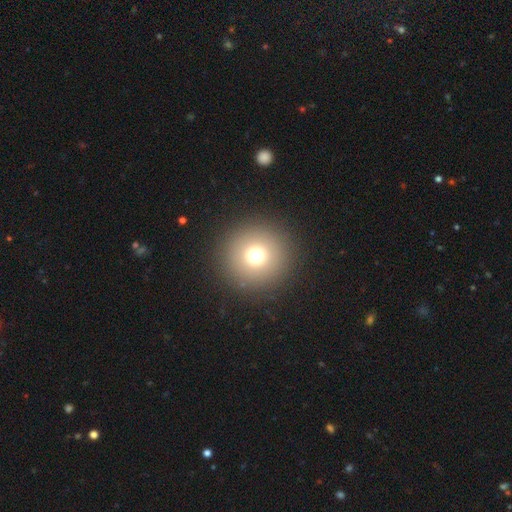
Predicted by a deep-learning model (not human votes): Overall: smooth (73%). How rounded: round (97%). Merging: none (92%).